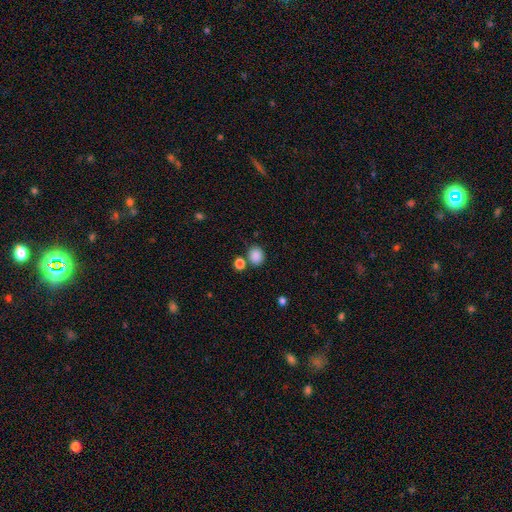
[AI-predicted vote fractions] Smooth or featured: smooth — 86% (star or artifact — 10%)
How rounded: round — 70% (in between — 29%)
Merging: none — 76% (merger — 11%)